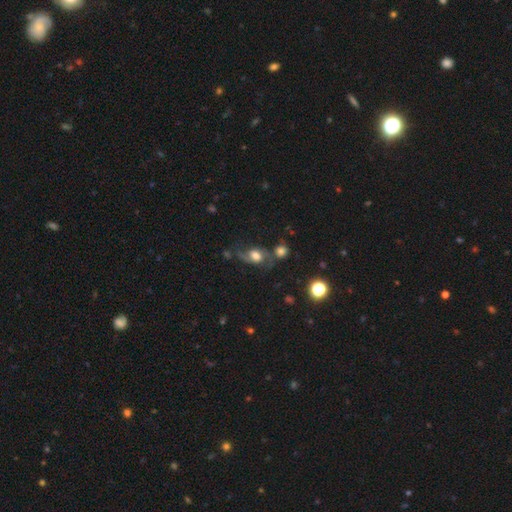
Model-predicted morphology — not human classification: type=featured or disk (49%); merging=none (41%).